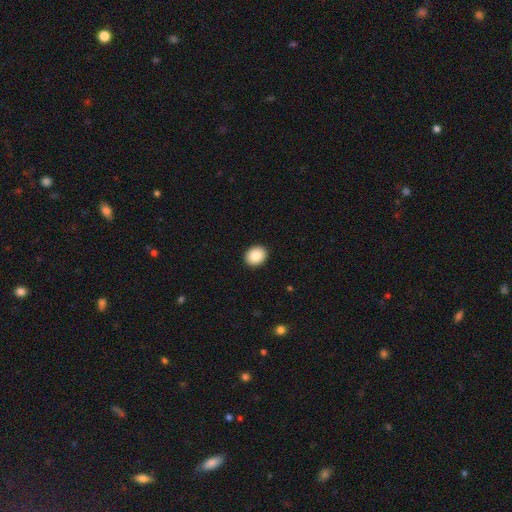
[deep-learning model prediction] Morphology: type=smooth (87%); roundness=round (63%); merging=none (92%).